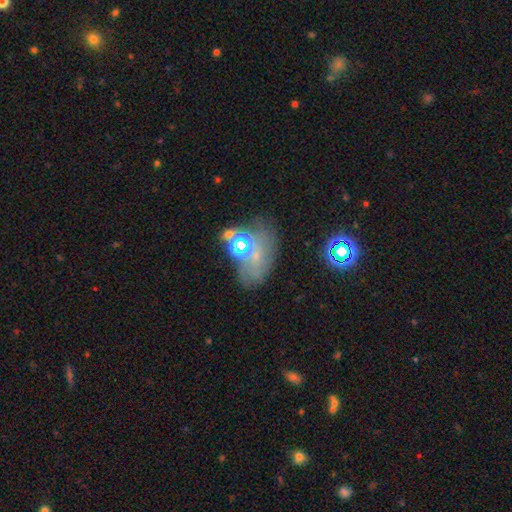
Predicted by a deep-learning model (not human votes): Smooth or featured?
  - smooth: 37% * (tied)
  - featured or disk: 37% * (tied)
  - star or artifact: 27%
Merging?
  - none: 34% *
  - merger: 27%
  - major disturbance: 21%
  - minor disturbance: 18%